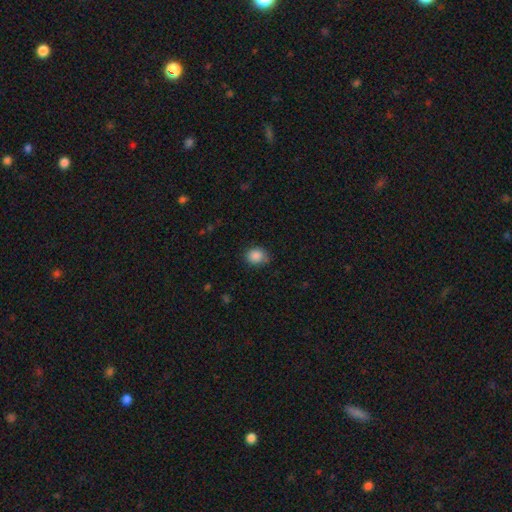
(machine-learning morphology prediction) The model was most divided on "how rounded": round: 69%, in between: 31%, cigar-shaped: 1%. More confident: smooth or featured — smooth (87%); merging — none (74%).